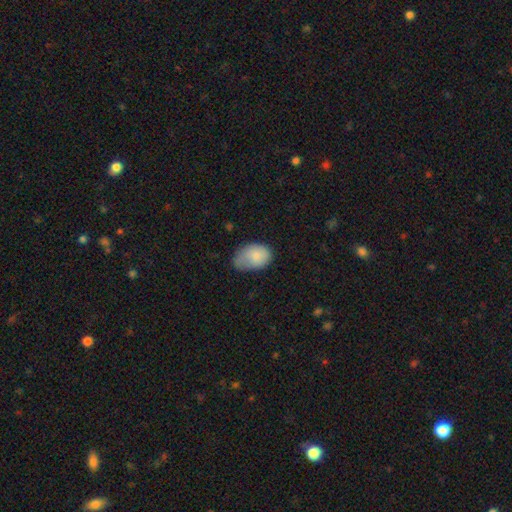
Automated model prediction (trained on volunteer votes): Overall: smooth (83%). How rounded: in between (87%). Merging: minor disturbance (42%; none 41%).